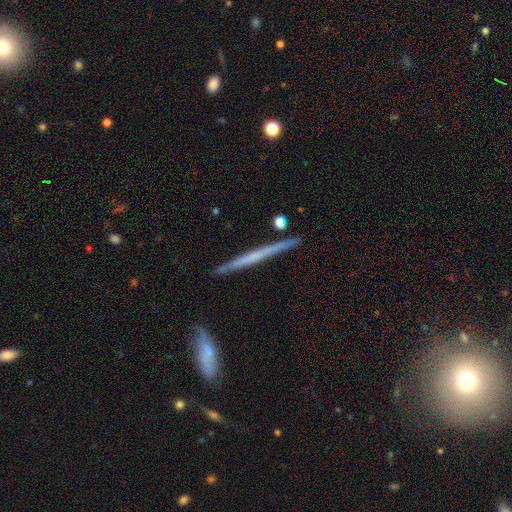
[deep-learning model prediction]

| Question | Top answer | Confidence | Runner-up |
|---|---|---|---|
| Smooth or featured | featured or disk | 57% | smooth (37%) |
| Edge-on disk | yes | 98% | no (2%) |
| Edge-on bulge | none | 83% | rounded (11%) |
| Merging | none | 89% | minor disturbance (8%) |